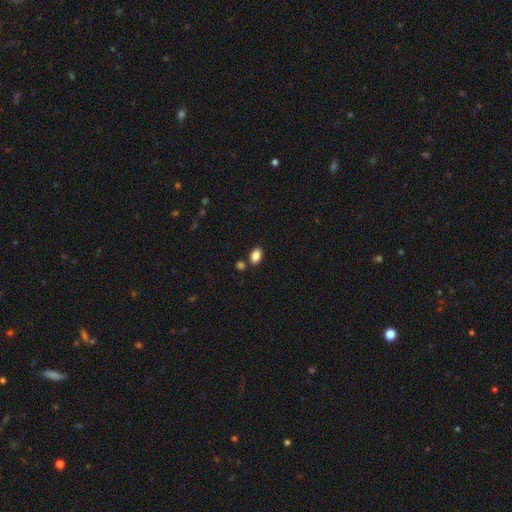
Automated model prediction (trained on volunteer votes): The model was most divided on "merging": none: 76%, merger: 11%, minor disturbance: 10%, major disturbance: 3%. More confident: how rounded — in between (90%); smooth or featured — smooth (87%).